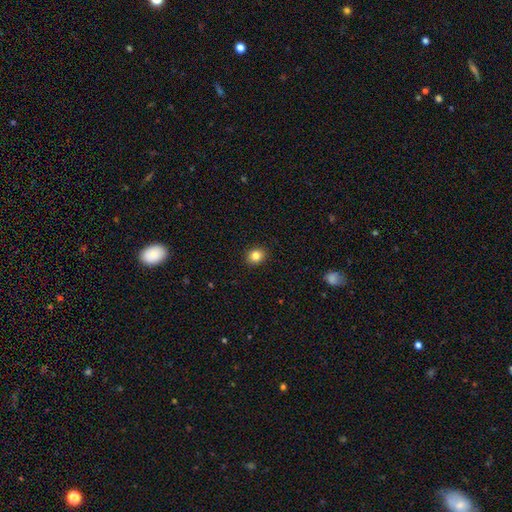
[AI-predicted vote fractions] This is clearly a smooth galaxy (84%). How rounded: likely round (68%). Merging: clearly none (92%).